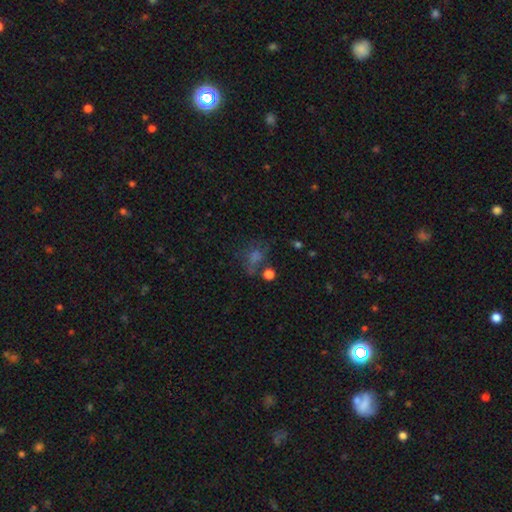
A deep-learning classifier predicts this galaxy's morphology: Smooth or featured? Predicted: smooth (p=0.43). Merging? Predicted: none (p=0.50).